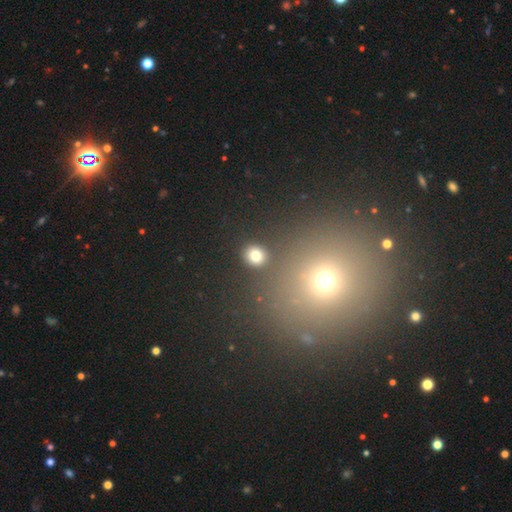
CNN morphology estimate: Smooth or featured?
  - smooth: 80% *
  - star or artifact: 14%
  - featured or disk: 6%
How rounded?
  - round: 74% *
  - in between: 25%
  - cigar-shaped: 1%
Merging?
  - none: 88% *
  - minor disturbance: 6%
  - merger: 3%
  - major disturbance: 3%